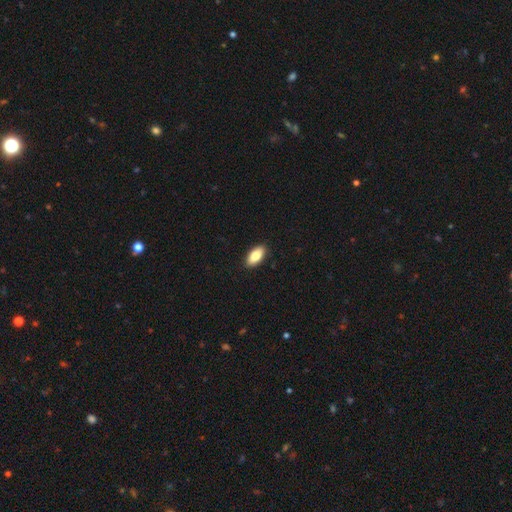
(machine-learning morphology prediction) A smooth galaxy with no disk features (83%) that is in between round and cigar-shaped (91%).

Vote fractions:
- Smooth or featured? smooth: 83% / featured or disk: 11% / star or artifact: 6%
- How rounded? in between: 91% / cigar-shaped: 6% / round: 3%
- Merging? none: 91% / minor disturbance: 7% / major disturbance: 1% / merger: 1%